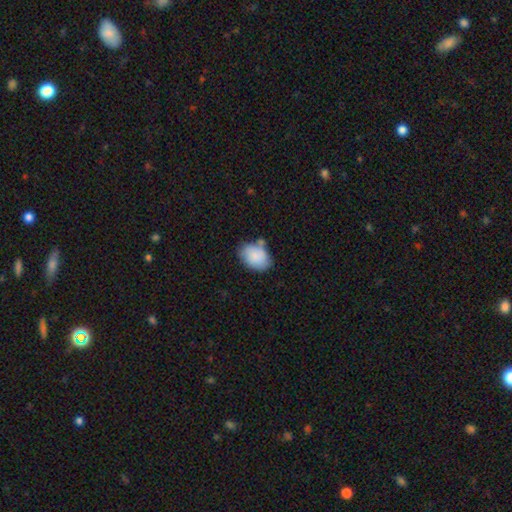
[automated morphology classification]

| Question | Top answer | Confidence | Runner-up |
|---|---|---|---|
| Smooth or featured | smooth | 86% | featured or disk (8%) |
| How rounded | in between | 79% | round (20%) |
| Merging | none | 57% | minor disturbance (24%) |